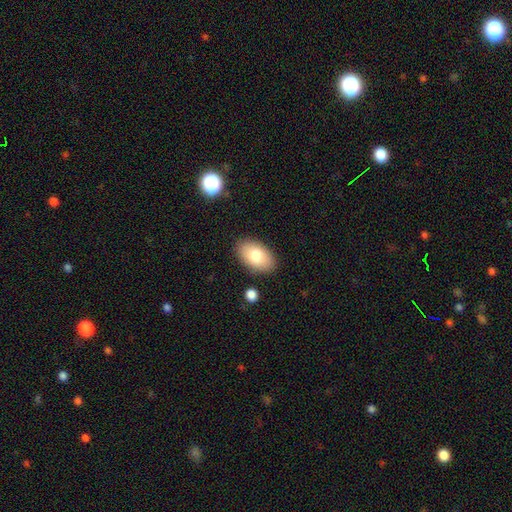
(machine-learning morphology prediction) smooth_or_featured: smooth (p=0.78) [alt: featured or disk p=0.15]
how_rounded: in between (p=0.93) [alt: round p=0.06]
merging: none (p=0.86) [alt: minor disturbance p=0.10]